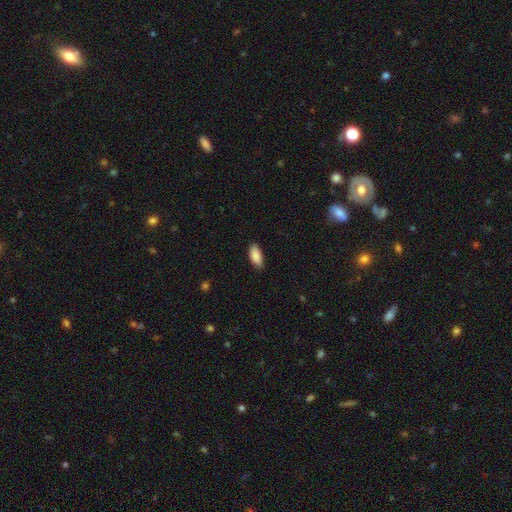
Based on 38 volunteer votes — This appears to be a smooth galaxy with no disk features (92%) that is in between round and cigar-shaped (89%). Merging: none (78%).